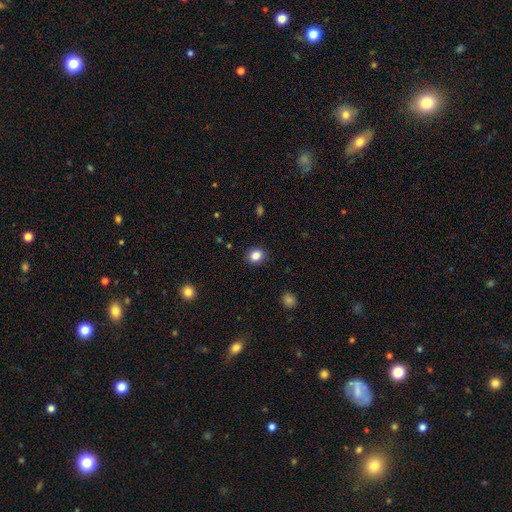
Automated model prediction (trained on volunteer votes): Smooth or featured? Predicted: smooth (p=0.85). How rounded? Predicted: round (p=0.67). Merging? Predicted: none (p=0.90).